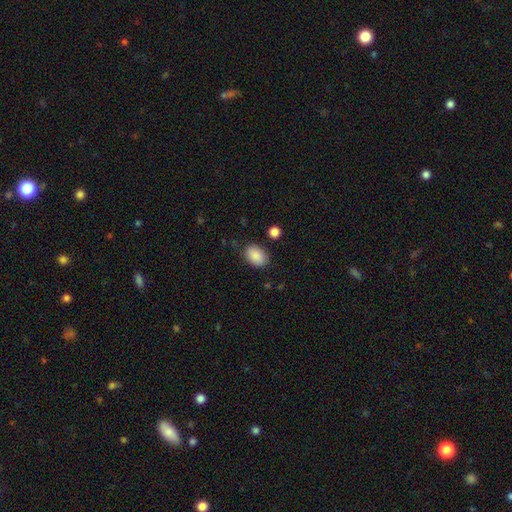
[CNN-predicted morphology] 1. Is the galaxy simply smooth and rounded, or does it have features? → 89% smooth, 7% star or artifact, 4% featured or disk.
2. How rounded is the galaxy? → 85% in between, 14% round, 1% cigar-shaped.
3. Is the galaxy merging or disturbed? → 81% none, 13% minor disturbance, 3% major disturbance, 2% merger.